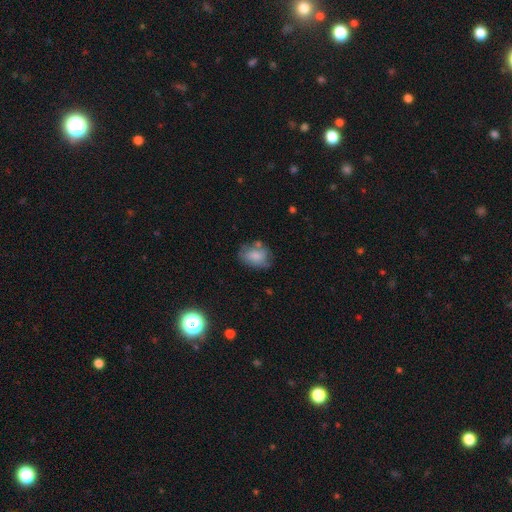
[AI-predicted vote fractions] A smooth galaxy with no disk features (72%) that is in between round and cigar-shaped (73%).

Vote fractions:
- Smooth or featured? smooth: 72% / featured or disk: 20% / star or artifact: 9%
- How rounded? in between: 73% / round: 26% / cigar-shaped: 1%
- Merging? none: 56% / minor disturbance: 27% / major disturbance: 10% / merger: 7%